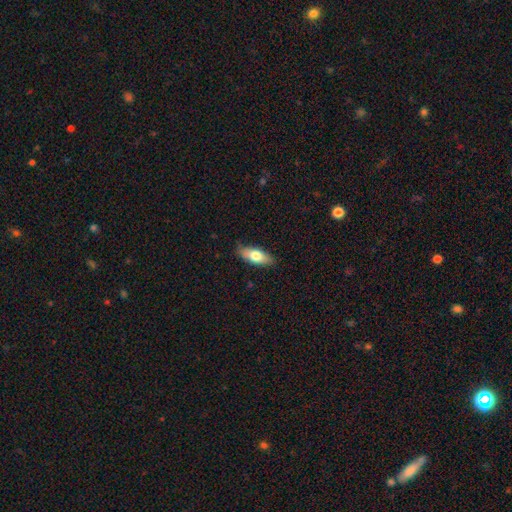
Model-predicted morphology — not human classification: smooth-or-featured: smooth: 71% | featured or disk: 23% | star or artifact: 6%
  how-rounded: in between: 77% | cigar-shaped: 20% | round: 3%
  merging: none: 83% | minor disturbance: 14% | major disturbance: 2% | merger: 1%